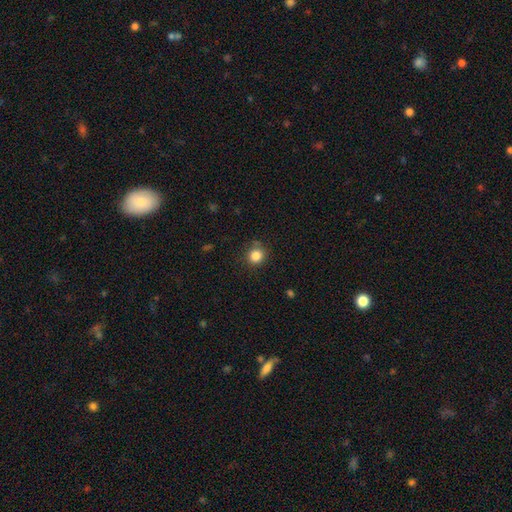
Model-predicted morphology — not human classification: Smooth or featured? smooth (84%)
How rounded? round (87%)
Merging? none (81%)